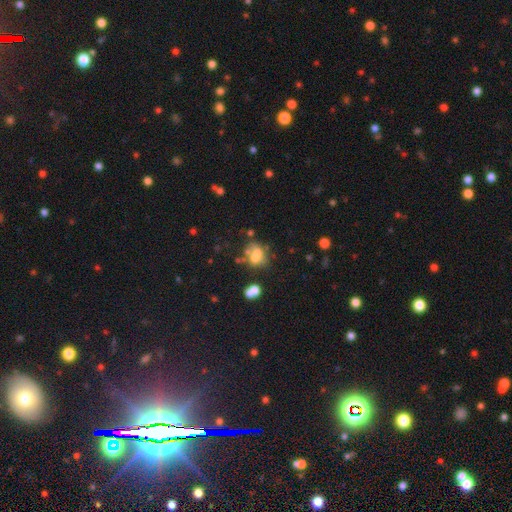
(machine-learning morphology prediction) This appears to be a smooth galaxy with no disk features (55%) that is in between round and cigar-shaped (60%). Merging: none (33%).